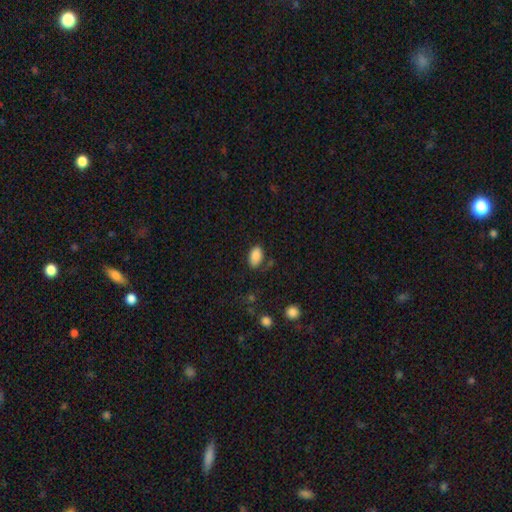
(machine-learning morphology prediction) The model was most divided on "merging": none: 75%, minor disturbance: 17%, major disturbance: 5%, merger: 3%. More confident: how rounded — in between (93%); smooth or featured — smooth (87%).